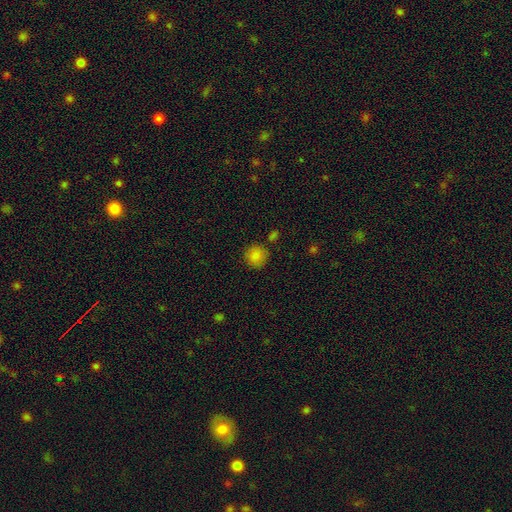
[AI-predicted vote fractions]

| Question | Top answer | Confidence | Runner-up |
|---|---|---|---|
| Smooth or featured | smooth | 85% | star or artifact (10%) |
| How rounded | round | 91% | in between (8%) |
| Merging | none | 83% | minor disturbance (10%) |